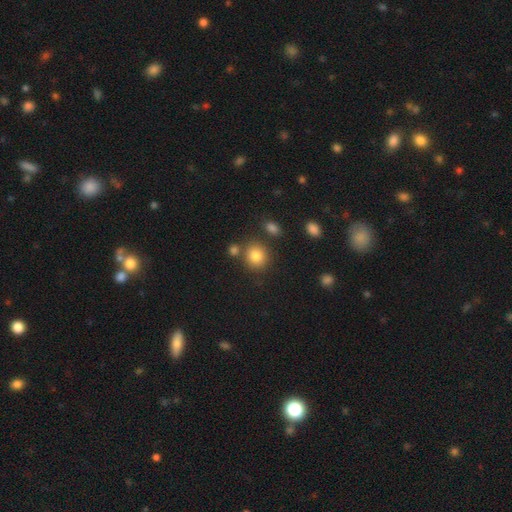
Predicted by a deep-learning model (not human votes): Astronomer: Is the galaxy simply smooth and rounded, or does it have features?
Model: smooth — 83%.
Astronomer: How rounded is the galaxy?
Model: round — 82%.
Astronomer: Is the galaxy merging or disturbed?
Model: none — 74%.